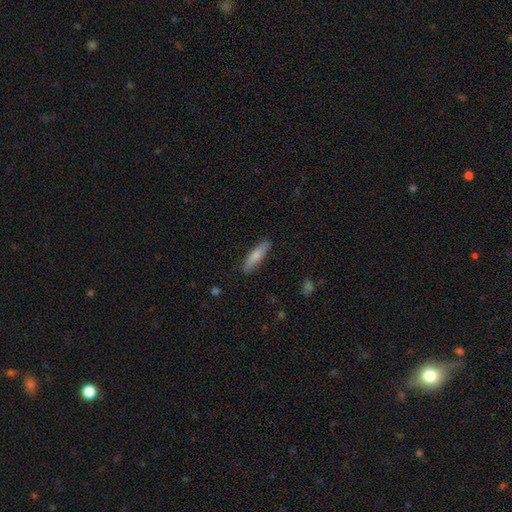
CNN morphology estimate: Smooth or featured? smooth (73%)
How rounded? cigar-shaped (74%)
Merging? none (86%)